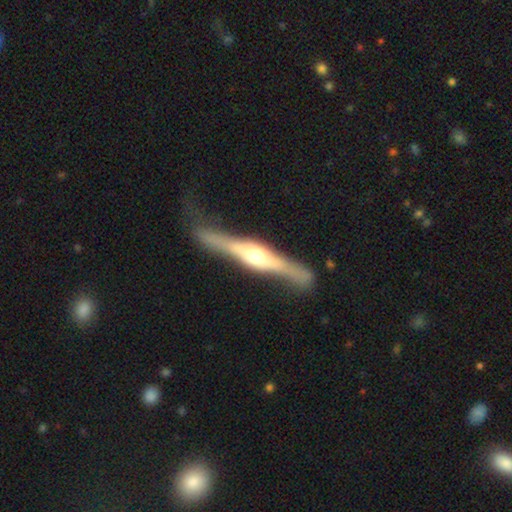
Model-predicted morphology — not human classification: Smooth or featured?
  - featured or disk: 79% *
  - smooth: 16%
  - star or artifact: 5%
Edge-on disk?
  - yes: 95% *
  - no: 5%
Edge-on bulge?
  - rounded: 84% *
  - boxy: 12%
  - none: 4%
Merging?
  - none: 75% *
  - minor disturbance: 16%
  - major disturbance: 6%
  - merger: 2%